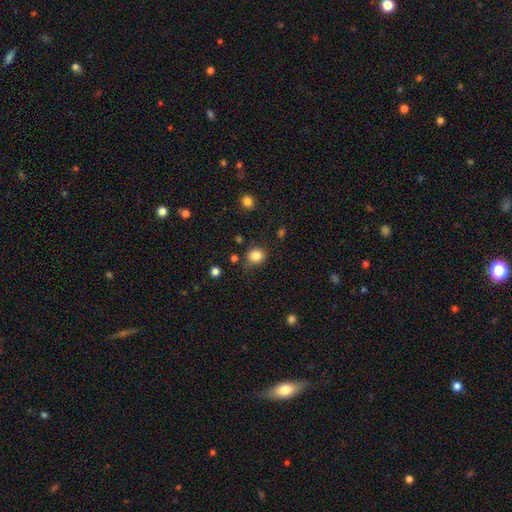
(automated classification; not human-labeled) This appears to be a smooth galaxy with no disk features (84%) that is round (79%). Merging: none (77%).